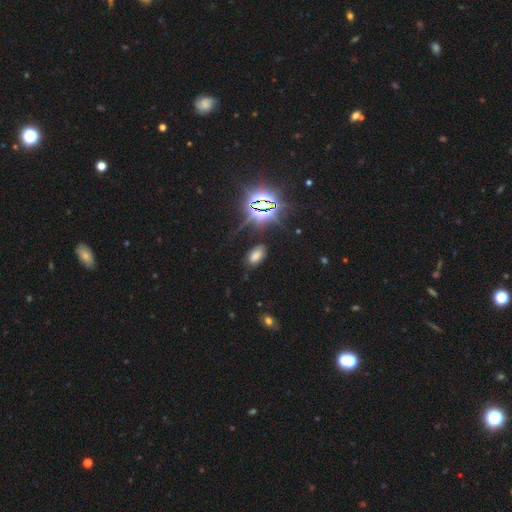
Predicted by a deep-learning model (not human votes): Overall: smooth (59%; star or artifact 33%). How rounded: in between (92%). Merging: none (79%).